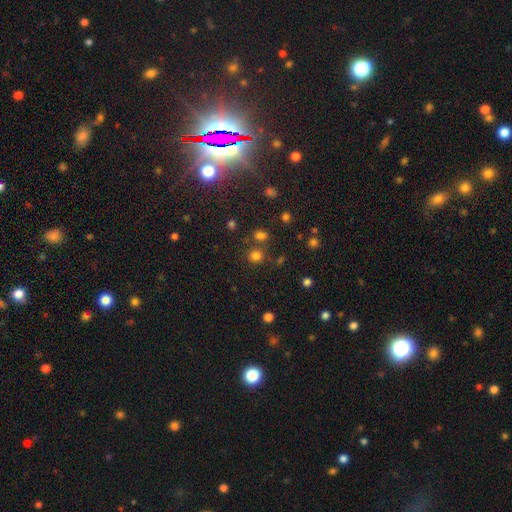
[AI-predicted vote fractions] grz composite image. It shows a smooth galaxy with no disk features (76%) that is round (85%). Merging: none (75%).